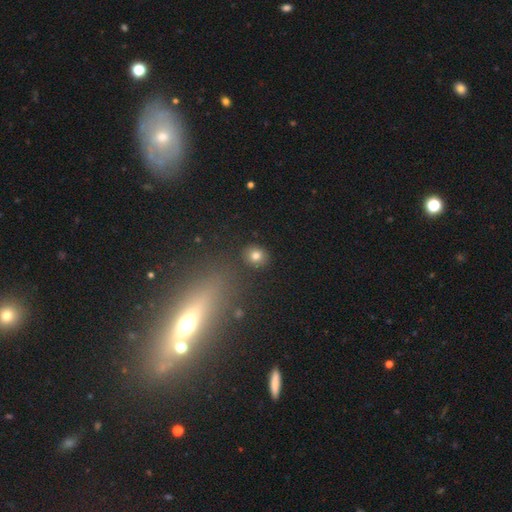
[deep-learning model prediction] Smooth or featured? Predicted: smooth (p=0.80). How rounded? Predicted: round (p=0.74). Merging? Predicted: none (p=0.88).